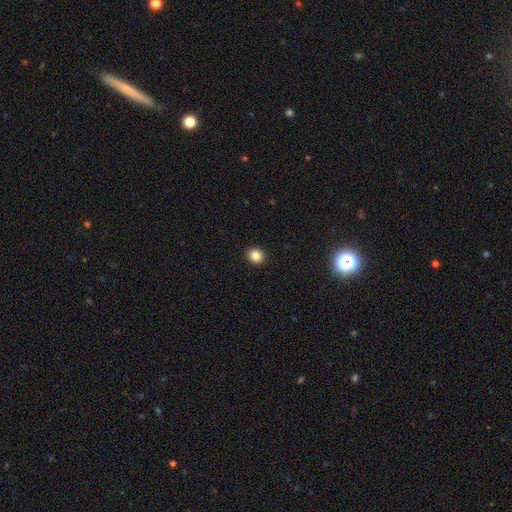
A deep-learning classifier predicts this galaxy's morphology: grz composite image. It shows a smooth galaxy with no disk features (84%) that is round (84%). Merging: none (93%).